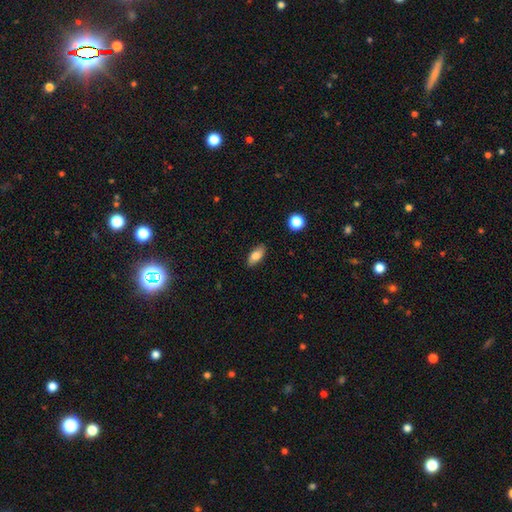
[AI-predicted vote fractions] Morphology: type=smooth (81%); roundness=in between (86%); merging=none (87%).